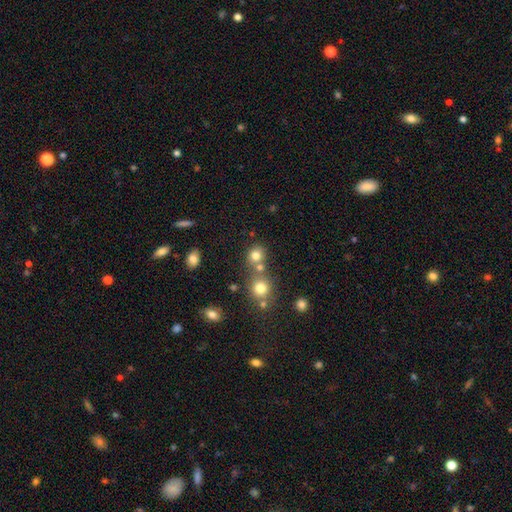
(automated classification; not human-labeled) smooth-or-featured: smooth: 77% | star or artifact: 14% | featured or disk: 8%
  how-rounded: round: 82% | in between: 17% | cigar-shaped: 1%
  merging: none: 55% | merger: 32% | minor disturbance: 9% | major disturbance: 4%